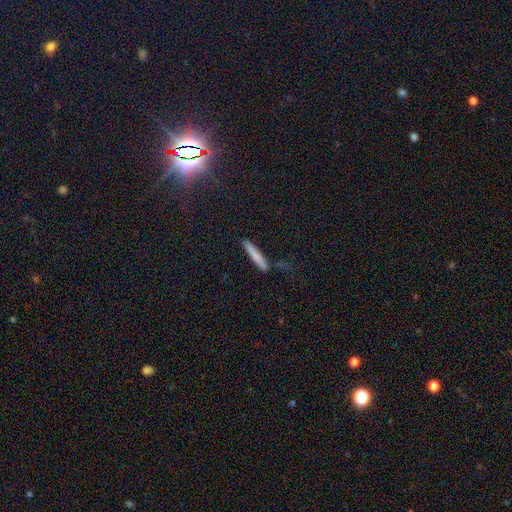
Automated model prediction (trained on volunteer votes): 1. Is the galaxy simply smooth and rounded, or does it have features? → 75% smooth, 18% featured or disk, 7% star or artifact.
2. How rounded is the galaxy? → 95% cigar-shaped, 4% in between, 1% round.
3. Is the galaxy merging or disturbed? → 82% none, 12% minor disturbance, 3% major disturbance, 3% merger.